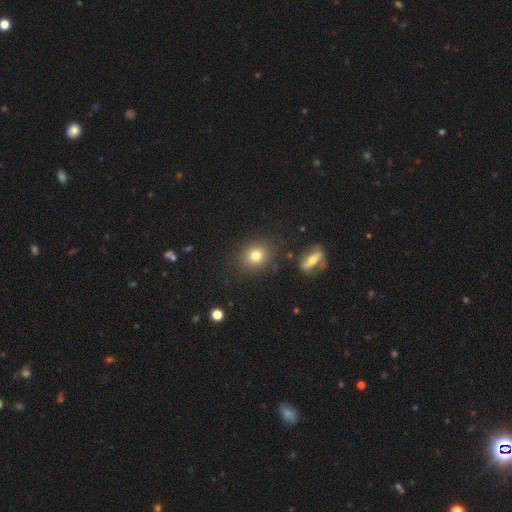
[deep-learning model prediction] A smooth galaxy with no disk features (78%) that is round (74%).

Vote fractions:
- Smooth or featured? smooth: 78% / star or artifact: 12% / featured or disk: 10%
- How rounded? round: 74% / in between: 25% / cigar-shaped: 1%
- Merging? none: 84% / minor disturbance: 9% / merger: 4% / major disturbance: 3%